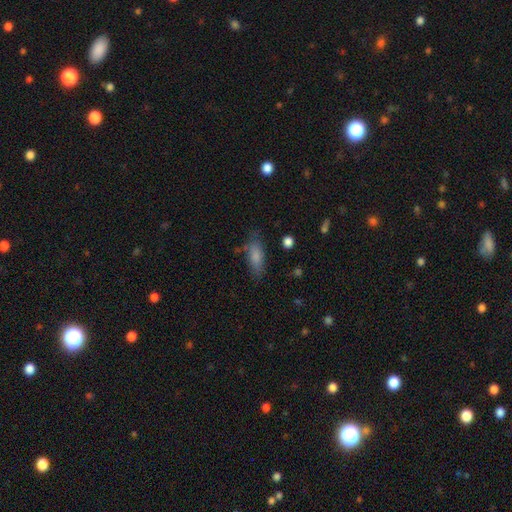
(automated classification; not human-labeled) smooth_or_featured: smooth (p=0.80) [alt: featured or disk p=0.13]
how_rounded: in between (p=0.72) [alt: cigar-shaped p=0.25]
merging: none (p=0.71) [alt: minor disturbance p=0.20]